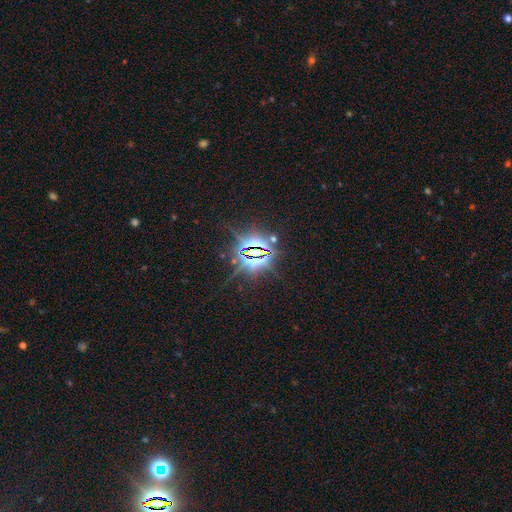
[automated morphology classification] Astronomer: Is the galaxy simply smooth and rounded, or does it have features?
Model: star or artifact — 85%.